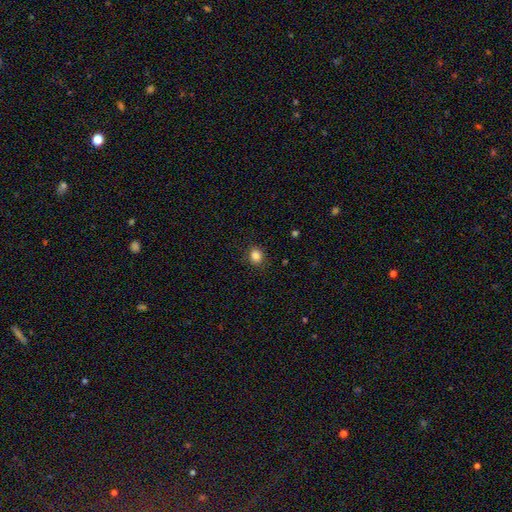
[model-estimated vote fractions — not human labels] Smooth or featured?
  - smooth: 85% *
  - star or artifact: 11%
  - featured or disk: 4%
How rounded?
  - round: 73% *
  - in between: 26%
  - cigar-shaped: 1%
Merging?
  - none: 87% *
  - minor disturbance: 9%
  - major disturbance: 3%
  - merger: 1%